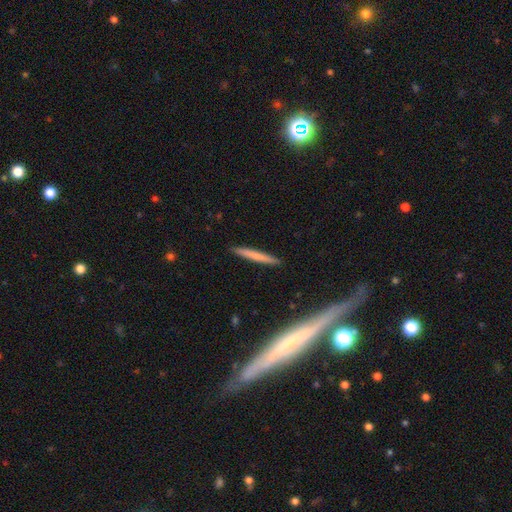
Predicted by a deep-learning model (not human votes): smooth 66%, featured or disk 27%, star or artifact 6%. Down the decision tree: how rounded — cigar-shaped (96%); merging — none (91%).